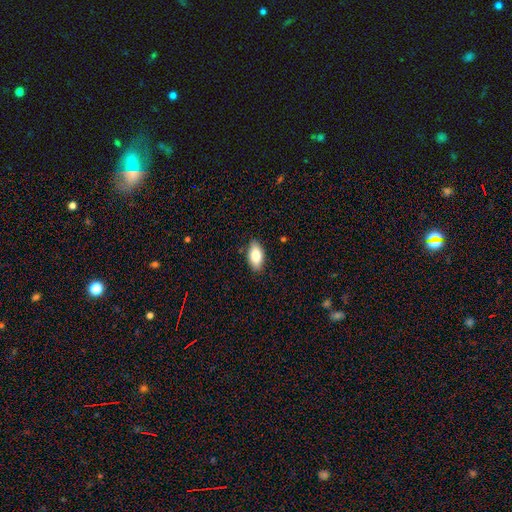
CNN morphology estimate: This appears to be a smooth galaxy with no disk features (82%) that is in between round and cigar-shaped (92%). Merging: none (86%).